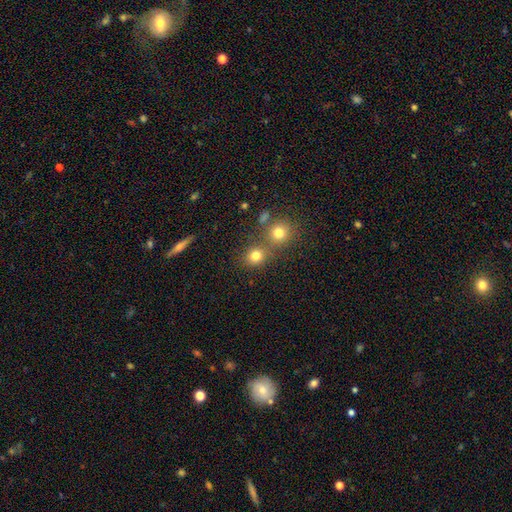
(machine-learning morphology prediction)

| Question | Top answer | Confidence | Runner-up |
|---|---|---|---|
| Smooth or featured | smooth | 78% | star or artifact (14%) |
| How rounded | round | 82% | in between (17%) |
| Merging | none | 61% | merger (28%) |